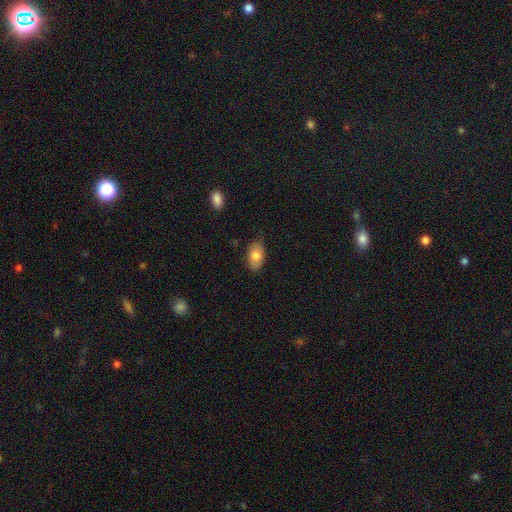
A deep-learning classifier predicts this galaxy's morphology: A smooth galaxy with no disk features (81%) that is in between round and cigar-shaped (92%).

Vote fractions:
- Smooth or featured? smooth: 81% / featured or disk: 12% / star or artifact: 7%
- How rounded? in between: 92% / round: 6% / cigar-shaped: 2%
- Merging? none: 83% / minor disturbance: 14% / major disturbance: 2% / merger: 1%